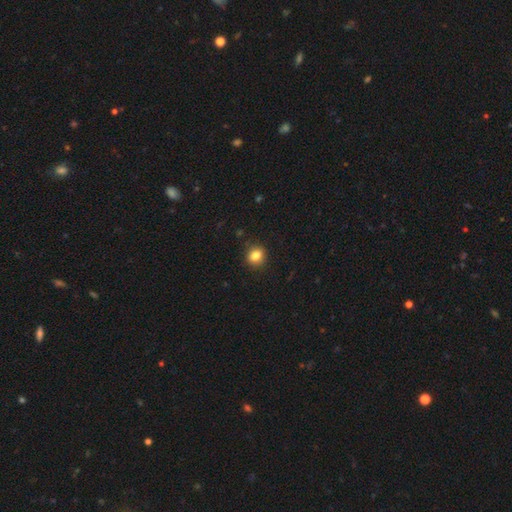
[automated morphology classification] Smooth or featured? Predicted: smooth (p=0.83). How rounded? Predicted: round (p=0.70). Merging? Predicted: none (p=0.89).